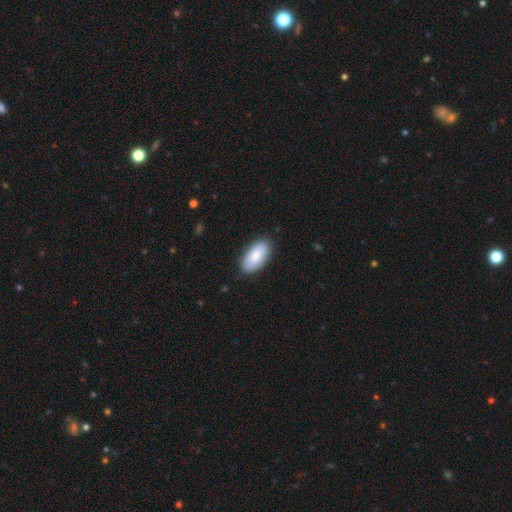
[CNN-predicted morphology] This appears to be a smooth galaxy with no disk features (82%) that is in between round and cigar-shaped (94%). Merging: none (86%).